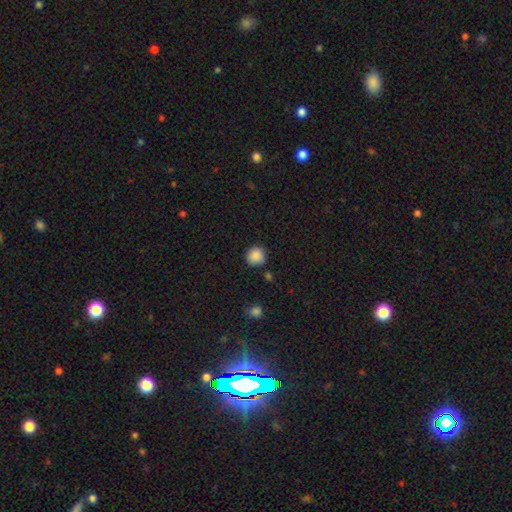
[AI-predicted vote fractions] A smooth galaxy with no disk features (87%) that is round (92%).

Vote fractions:
- Smooth or featured? smooth: 87% / star or artifact: 9% / featured or disk: 3%
- How rounded? round: 92% / in between: 7% / cigar-shaped: 1%
- Merging? none: 85% / minor disturbance: 9% / merger: 3% / major disturbance: 2%